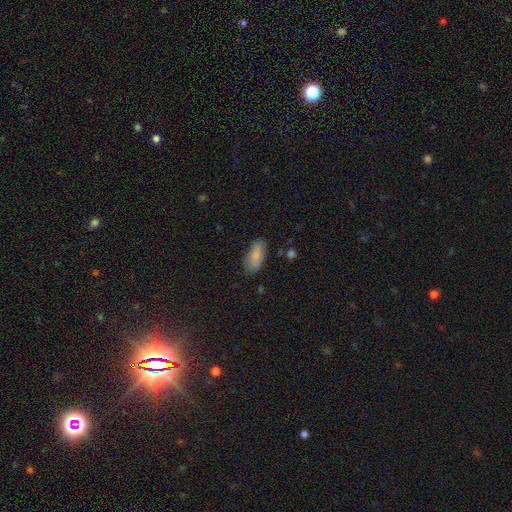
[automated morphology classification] Q: Smooth or featured?
A: smooth (80%); runner-up: featured or disk (13%)
Q: How rounded?
A: in between (91%); runner-up: cigar-shaped (6%)
Q: Merging?
A: none (74%); runner-up: minor disturbance (20%)